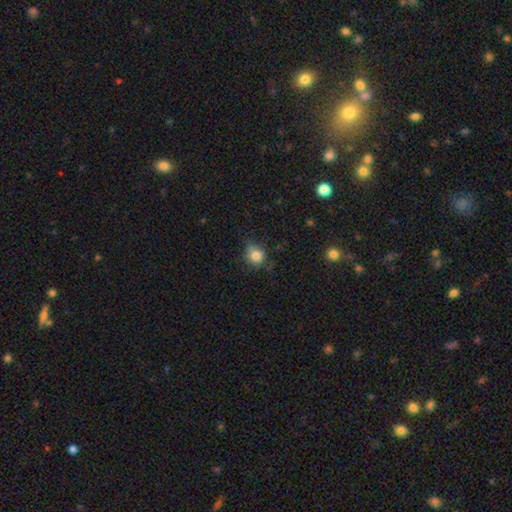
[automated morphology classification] Smooth or featured: smooth — 79% (star or artifact — 12%)
How rounded: round — 78% (in between — 21%)
Merging: none — 64% (minor disturbance — 27%)